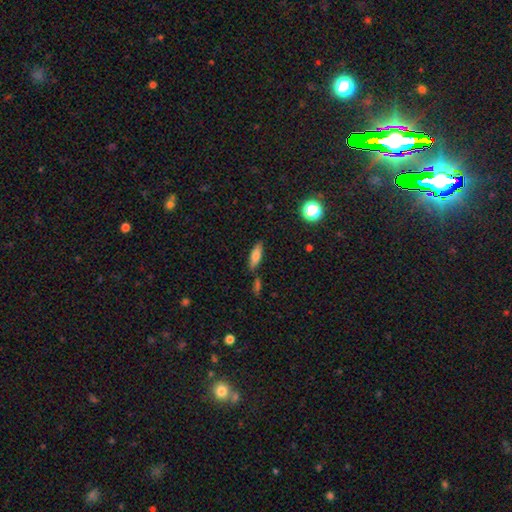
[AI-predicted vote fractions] smooth-or-featured: smooth: 74% | featured or disk: 16% | star or artifact: 9%
  how-rounded: in between: 58% | cigar-shaped: 39% | round: 3%
  merging: none: 75% | minor disturbance: 13% | merger: 8% | major disturbance: 3%